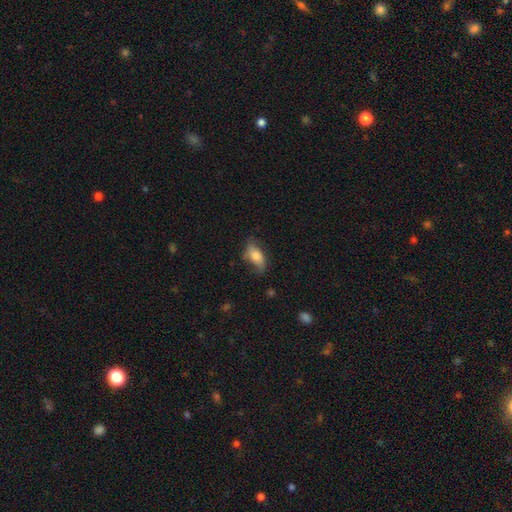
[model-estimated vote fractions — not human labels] Morphology: type=smooth (65%); roundness=in between (87%); merging=none (62%).